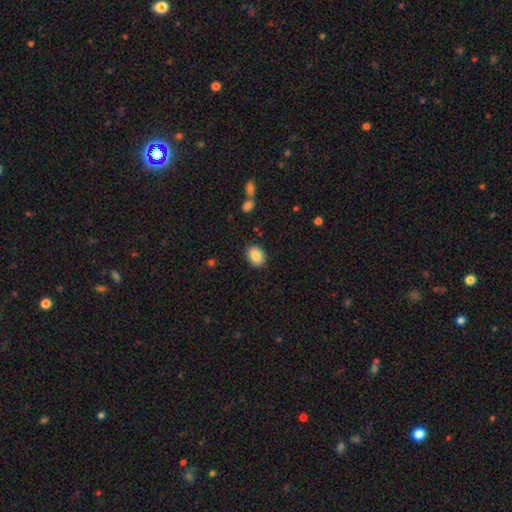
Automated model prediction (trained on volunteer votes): Smooth or featured? smooth (87%)
How rounded? in between (65%)
Merging? none (88%)